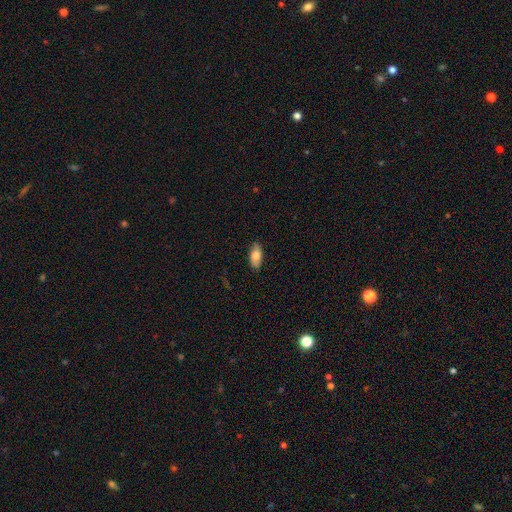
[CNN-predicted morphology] type=smooth (79%); roundness=in between (86%); merging=none (86%).